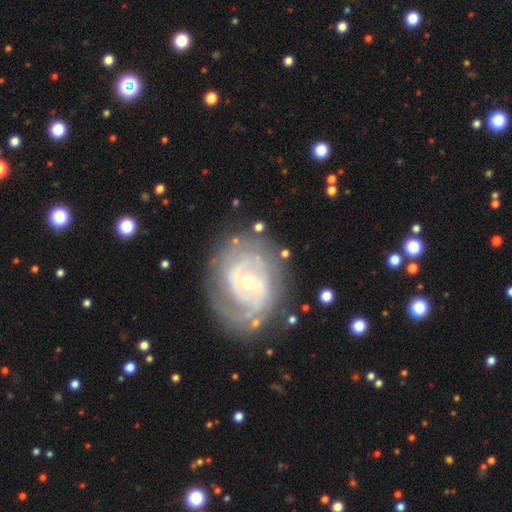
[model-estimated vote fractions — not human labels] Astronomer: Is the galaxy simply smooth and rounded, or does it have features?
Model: featured or disk — 86%.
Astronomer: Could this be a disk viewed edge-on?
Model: no — 97%.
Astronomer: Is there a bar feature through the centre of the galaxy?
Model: weak — 42% (runner-up: no, 38%).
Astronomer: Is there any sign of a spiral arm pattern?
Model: yes — 94%.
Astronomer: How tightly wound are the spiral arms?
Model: tight — 63%.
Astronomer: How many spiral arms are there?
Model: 2 — 50%.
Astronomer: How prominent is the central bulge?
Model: small — 61%.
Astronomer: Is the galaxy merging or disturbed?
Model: none — 75%.